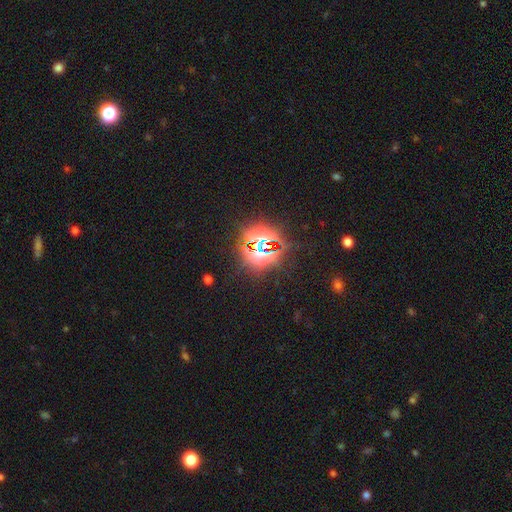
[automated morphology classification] This is clearly a star or artifact rather than a galaxy (82%).